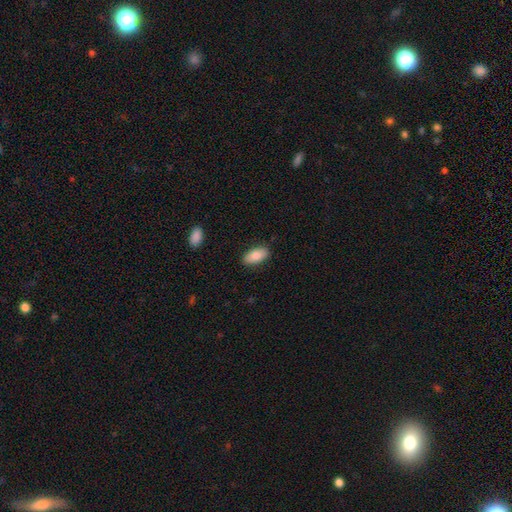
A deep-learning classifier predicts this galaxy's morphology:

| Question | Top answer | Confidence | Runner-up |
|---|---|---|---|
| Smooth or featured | smooth | 81% | featured or disk (12%) |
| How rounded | in between | 90% | cigar-shaped (7%) |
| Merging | none | 86% | minor disturbance (10%) |